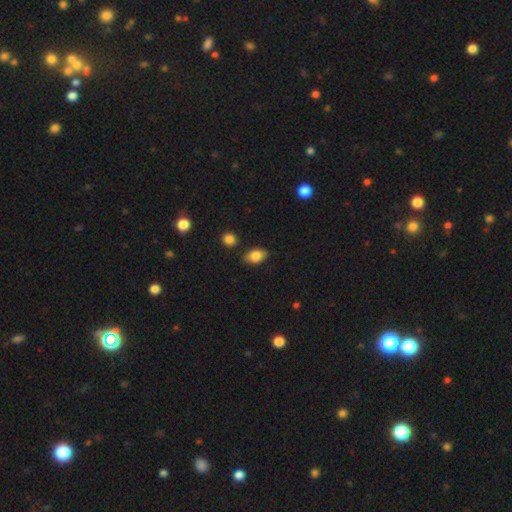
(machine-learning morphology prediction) Smooth or featured?
  - smooth: 81% *
  - featured or disk: 10%
  - star or artifact: 8%
How rounded?
  - in between: 84% *
  - round: 14%
  - cigar-shaped: 2%
Merging?
  - none: 75% *
  - minor disturbance: 18%
  - major disturbance: 3%
  - merger: 3%